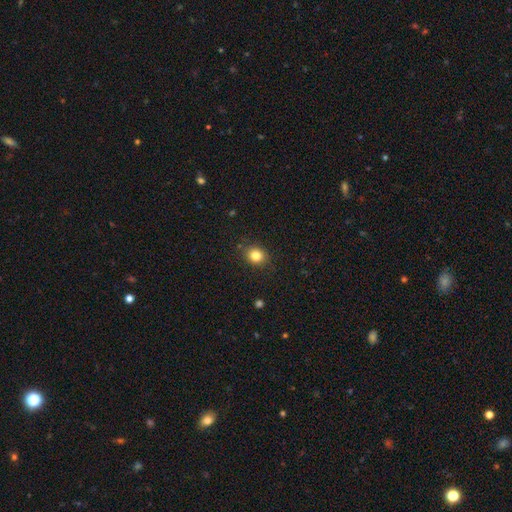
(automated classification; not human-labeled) Smooth or featured?
  - smooth: 83% *
  - star or artifact: 11%
  - featured or disk: 6%
How rounded?
  - round: 71% *
  - in between: 28%
  - cigar-shaped: 1%
Merging?
  - none: 88% *
  - minor disturbance: 9%
  - major disturbance: 2%
  - merger: 1%